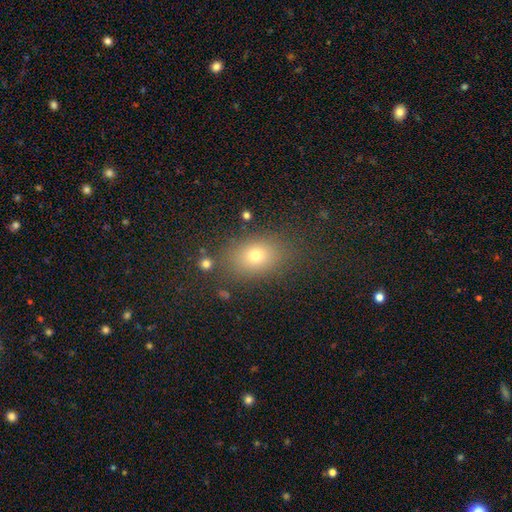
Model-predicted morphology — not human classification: smooth-or-featured: smooth: 71% | star or artifact: 18% | featured or disk: 12%
  how-rounded: in between: 70% | round: 29% | cigar-shaped: 2%
  merging: none: 81% | minor disturbance: 11% | major disturbance: 5% | merger: 3%